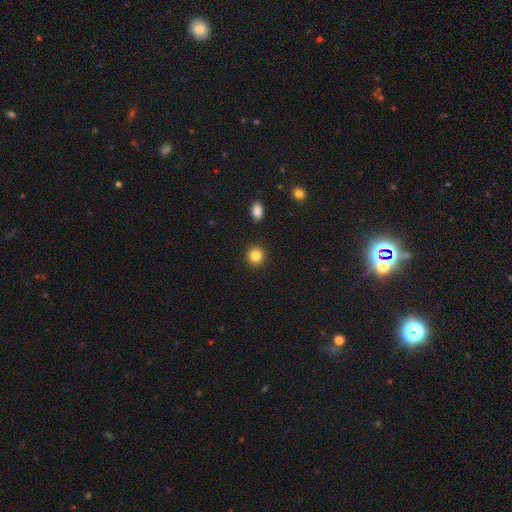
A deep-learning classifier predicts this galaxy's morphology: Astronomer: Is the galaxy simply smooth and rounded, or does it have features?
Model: smooth — 85%.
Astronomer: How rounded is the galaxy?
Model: round — 91%.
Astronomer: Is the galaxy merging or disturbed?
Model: none — 92%.